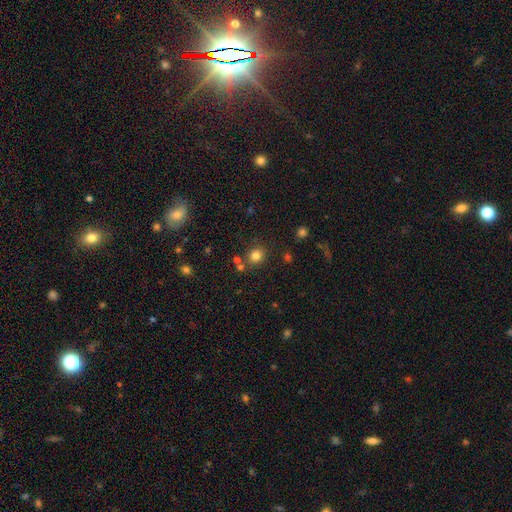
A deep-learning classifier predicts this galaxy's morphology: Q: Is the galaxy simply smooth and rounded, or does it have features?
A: smooth — 80%.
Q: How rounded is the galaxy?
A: round — 79%.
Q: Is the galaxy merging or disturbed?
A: none — 77%.